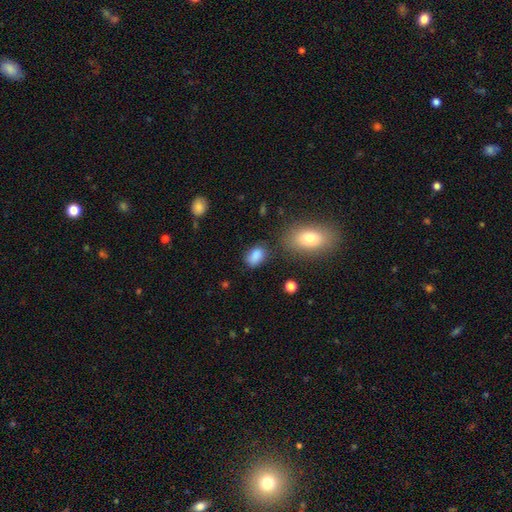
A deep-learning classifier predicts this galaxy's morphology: Q: Smooth or featured?
A: smooth (86%); runner-up: star or artifact (9%)
Q: How rounded?
A: in between (88%); runner-up: round (11%)
Q: Merging?
A: none (72%); runner-up: minor disturbance (18%)